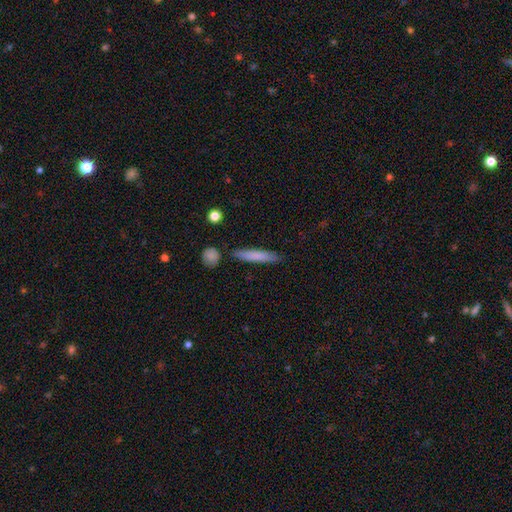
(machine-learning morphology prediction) This appears to be a smooth galaxy with no disk features (77%) that is cigar-shaped (91%). Merging: none (85%).